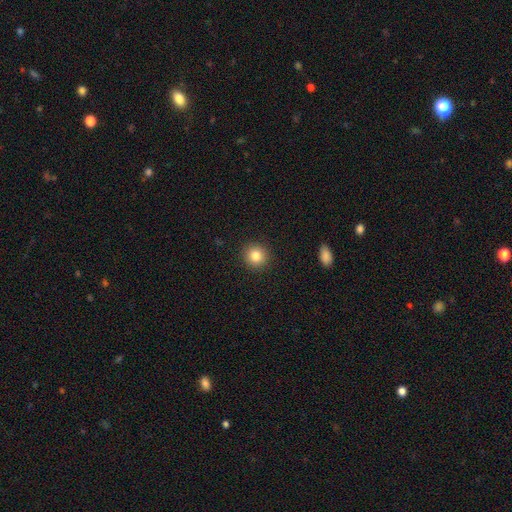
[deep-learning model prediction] Smooth or featured? smooth (83%)
How rounded? round (92%)
Merging? none (92%)